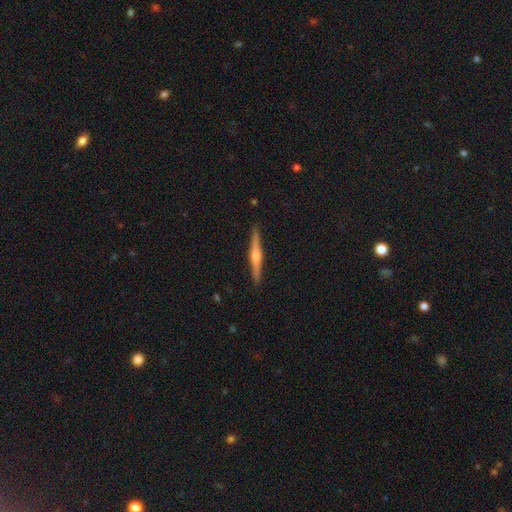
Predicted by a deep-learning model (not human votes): Smooth or featured? featured or disk (74%)
Edge-on disk? yes (98%)
Edge-on bulge? rounded (80%)
Merging? none (92%)